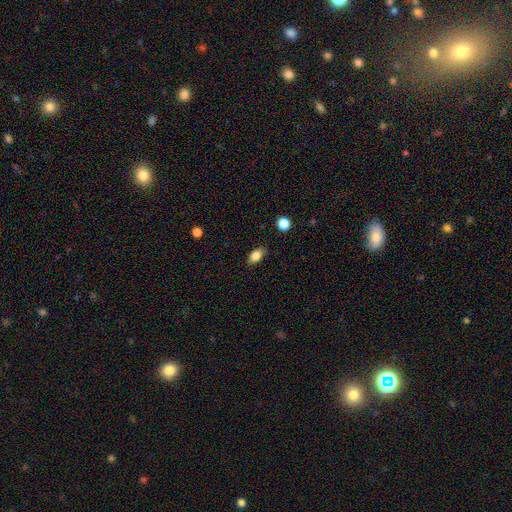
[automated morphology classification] This appears to be a smooth galaxy with no disk features (85%) that is in between round and cigar-shaped (86%). Merging: none (81%).